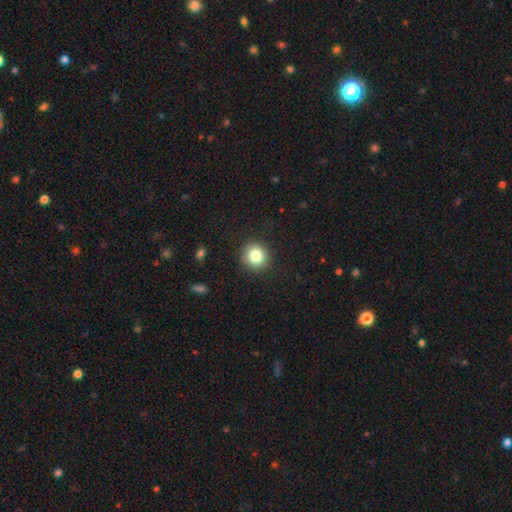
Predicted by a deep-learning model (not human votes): Q: Smooth or featured?
A: smooth (82%); runner-up: star or artifact (10%)
Q: How rounded?
A: round (87%); runner-up: in between (12%)
Q: Merging?
A: none (89%); runner-up: minor disturbance (8%)